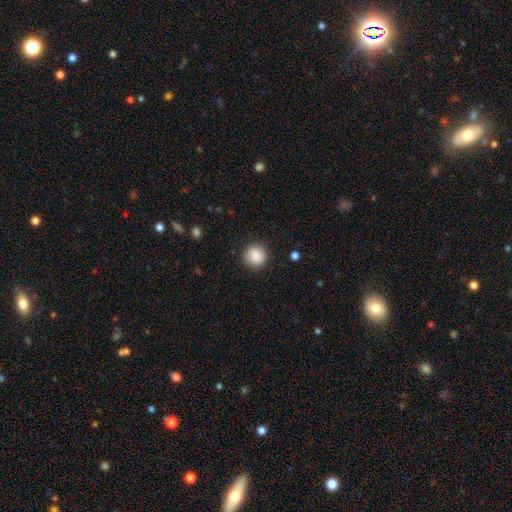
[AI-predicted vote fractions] smooth_or_featured: smooth (p=0.88) [alt: star or artifact p=0.08]
how_rounded: round (p=0.92) [alt: in between p=0.07]
merging: none (p=0.89) [alt: minor disturbance p=0.07]